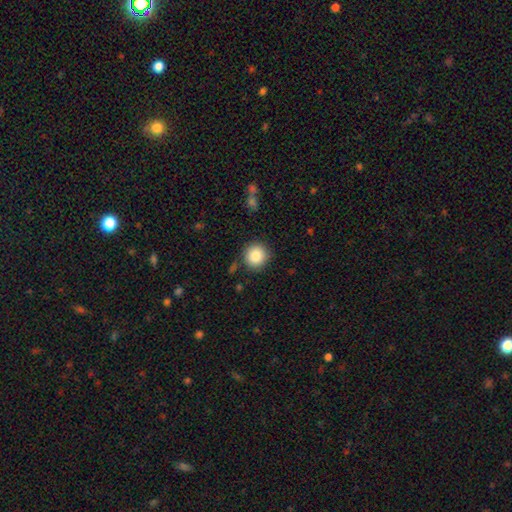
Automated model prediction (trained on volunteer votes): Morphology: type=smooth (85%); roundness=round (93%); merging=none (87%).